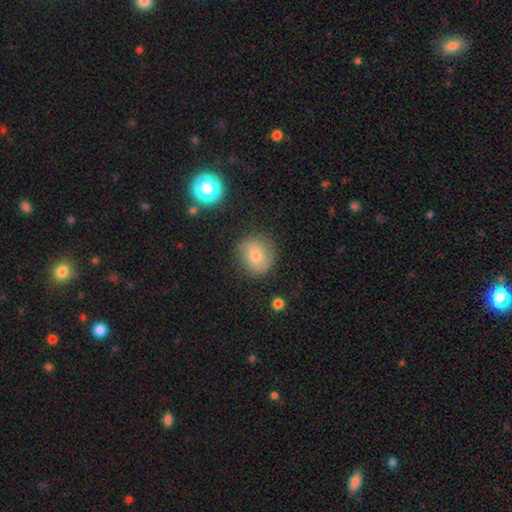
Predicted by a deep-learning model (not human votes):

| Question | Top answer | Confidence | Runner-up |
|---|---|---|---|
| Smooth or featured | smooth | 64% | featured or disk (25%) |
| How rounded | round | 75% | in between (24%) |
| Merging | none | 77% | minor disturbance (16%) |